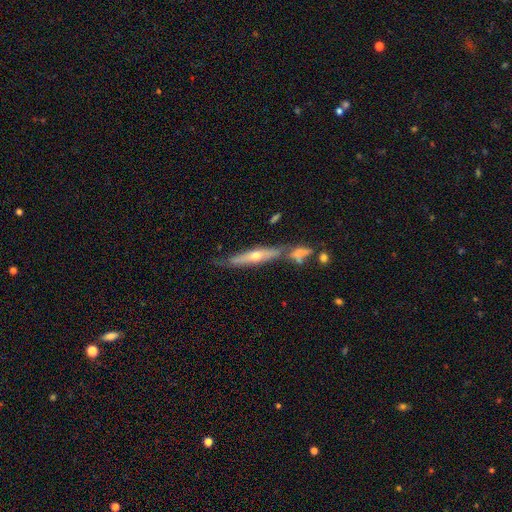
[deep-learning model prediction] Smooth or featured: featured or disk — 67% (smooth — 27%)
Edge-on disk: yes — 84% (no — 16%)
Edge-on bulge: rounded — 85% (none — 12%)
Merging: none — 53% (merger — 24%)